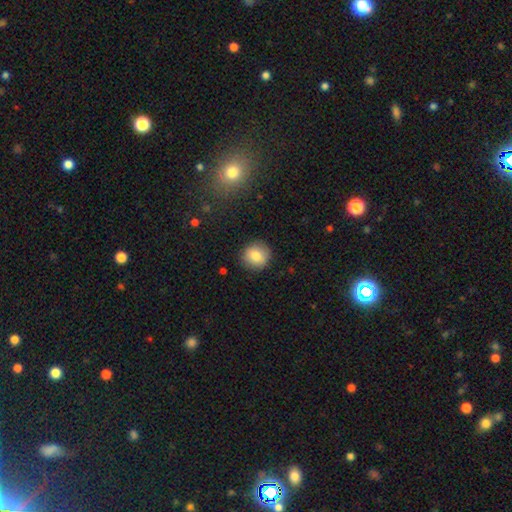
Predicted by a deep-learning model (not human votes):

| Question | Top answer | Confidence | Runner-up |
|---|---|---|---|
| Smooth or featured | smooth | 80% | featured or disk (11%) |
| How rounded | round | 90% | in between (9%) |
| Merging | none | 88% | minor disturbance (9%) |